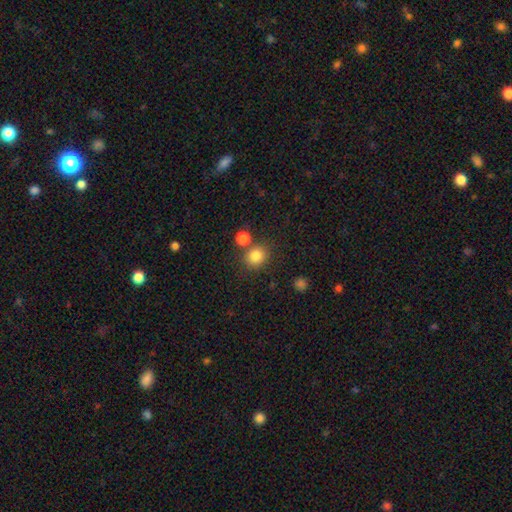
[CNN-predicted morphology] smooth 82%, star or artifact 12%, featured or disk 6%. Down the decision tree: how rounded — round (77%); merging — none (73%).